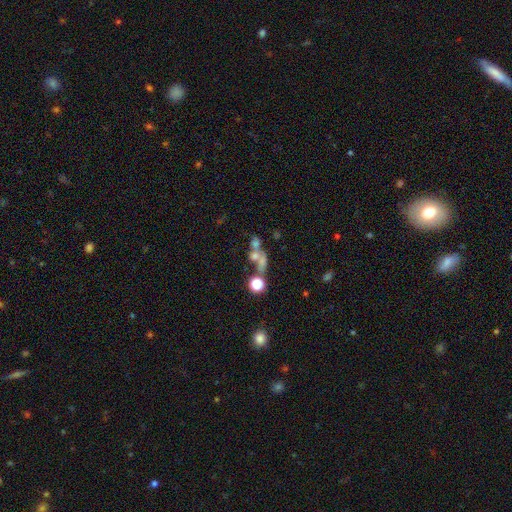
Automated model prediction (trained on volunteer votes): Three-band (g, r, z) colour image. It shows a smooth galaxy with no disk features (47%). Merging: merger (52%).